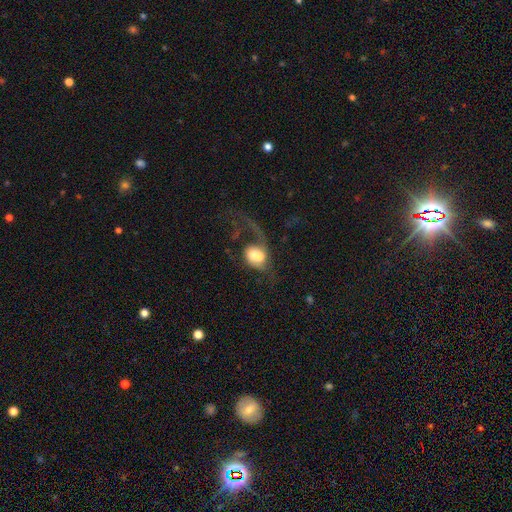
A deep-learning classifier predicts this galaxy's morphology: The model was most divided on "smooth or featured": featured or disk: 49%, smooth: 42%, star or artifact: 9%. More confident: merging — merger (55%).